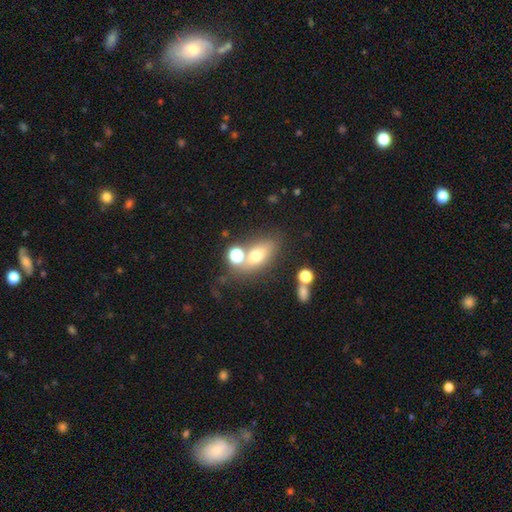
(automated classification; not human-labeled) smooth_or_featured: smooth (p=0.65) [alt: featured or disk p=0.20]
how_rounded: in between (p=0.70) [alt: round p=0.22]
merging: none (p=0.57) [alt: merger p=0.21]